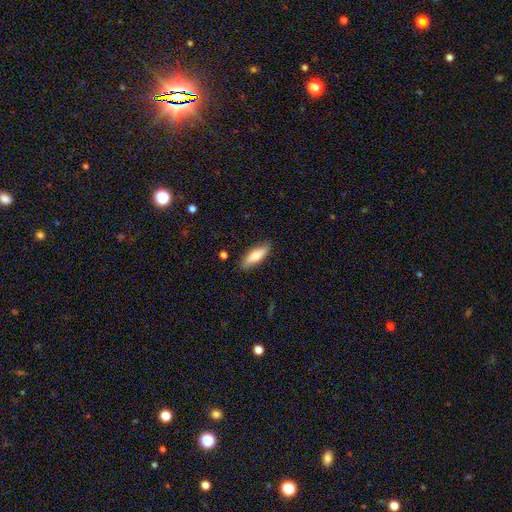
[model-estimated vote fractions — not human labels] The model was most divided on "how rounded": in between: 63%, cigar-shaped: 34%, round: 2%. More confident: merging — none (84%); smooth or featured — smooth (71%).